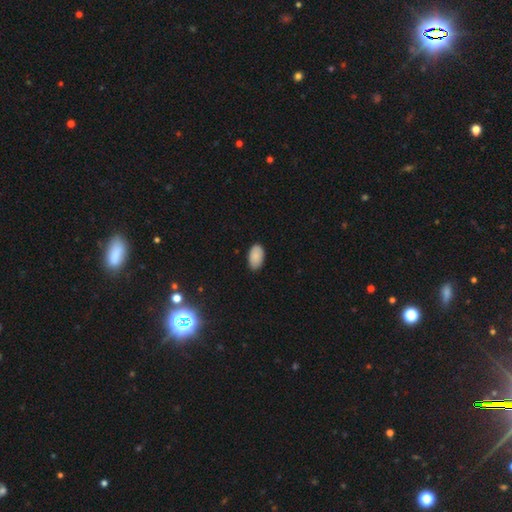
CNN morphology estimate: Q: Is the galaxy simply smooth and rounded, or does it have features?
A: smooth — 86%.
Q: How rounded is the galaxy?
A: in between — 94%.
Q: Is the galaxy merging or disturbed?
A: none — 83%.